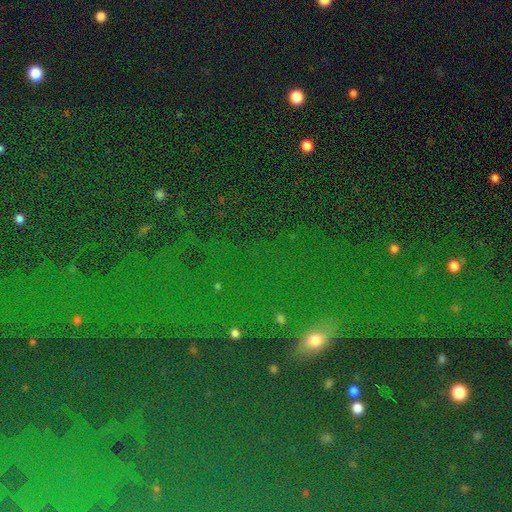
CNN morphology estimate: Smooth or featured: star or artifact — 77% (smooth — 15%)